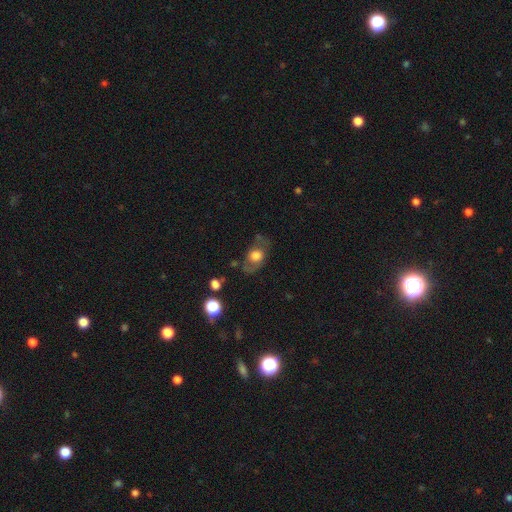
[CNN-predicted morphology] Smooth or featured? smooth (51%)
How rounded? in between (64%)
Merging? none (62%)